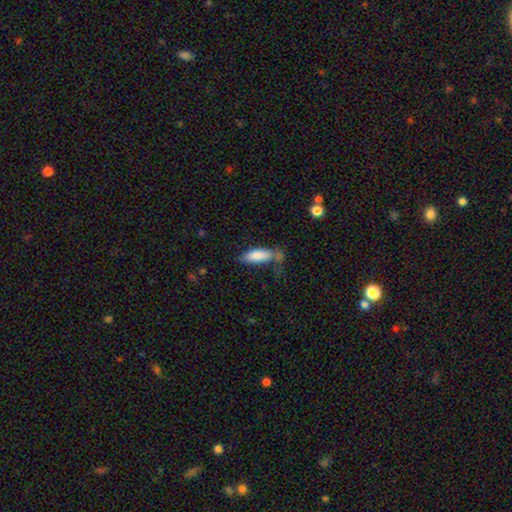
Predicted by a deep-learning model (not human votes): Smooth or featured? Predicted: smooth (p=0.82). How rounded? Predicted: in between (p=0.71). Merging? Predicted: none (p=0.39).